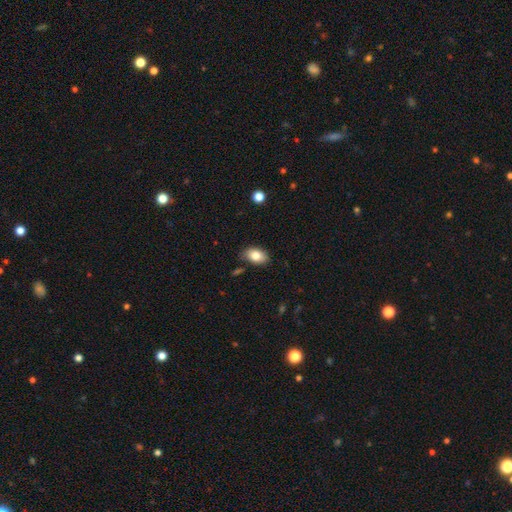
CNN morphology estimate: Smooth or featured? Predicted: smooth (p=0.81). How rounded? Predicted: in between (p=0.89). Merging? Predicted: none (p=0.82).